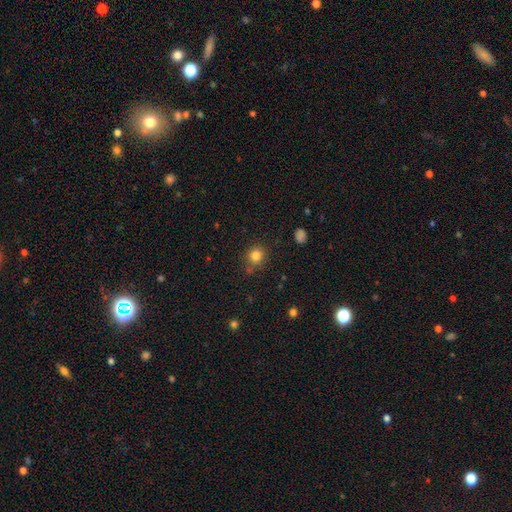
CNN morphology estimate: smooth-or-featured: smooth: 82% | star or artifact: 12% | featured or disk: 6%
  how-rounded: round: 86% | in between: 13% | cigar-shaped: 1%
  merging: none: 77% | minor disturbance: 13% | merger: 6% | major disturbance: 4%